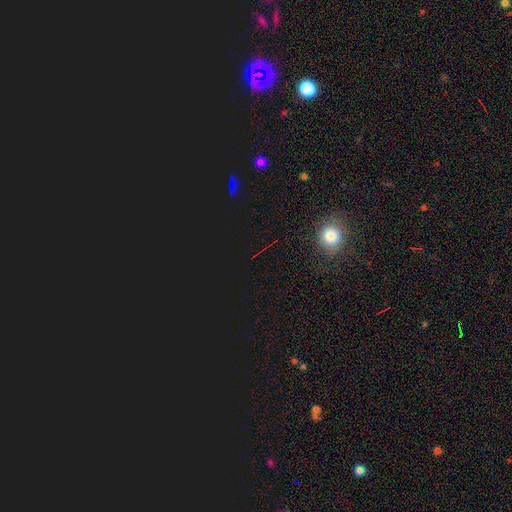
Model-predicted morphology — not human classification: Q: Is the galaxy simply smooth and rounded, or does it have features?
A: star or artifact — 69%.